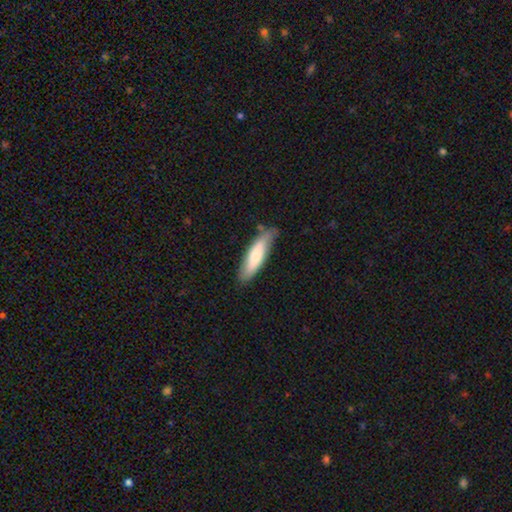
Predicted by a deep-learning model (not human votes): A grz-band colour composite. It shows a smooth galaxy with no disk features (68%) that is cigar-shaped (61%). Merging: none (72%).